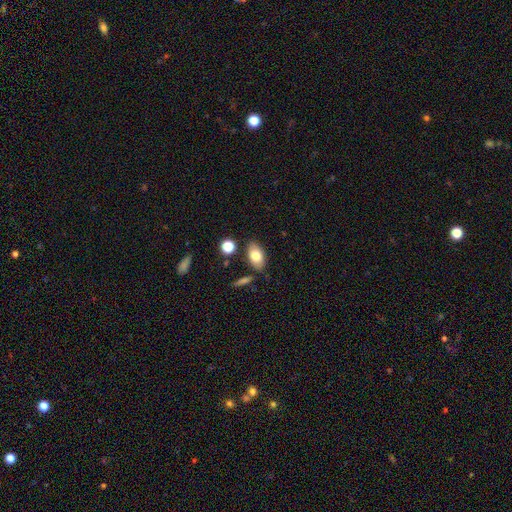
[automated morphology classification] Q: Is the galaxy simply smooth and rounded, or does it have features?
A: smooth — 78%.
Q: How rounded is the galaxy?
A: in between — 90%.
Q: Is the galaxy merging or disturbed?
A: none — 81%.